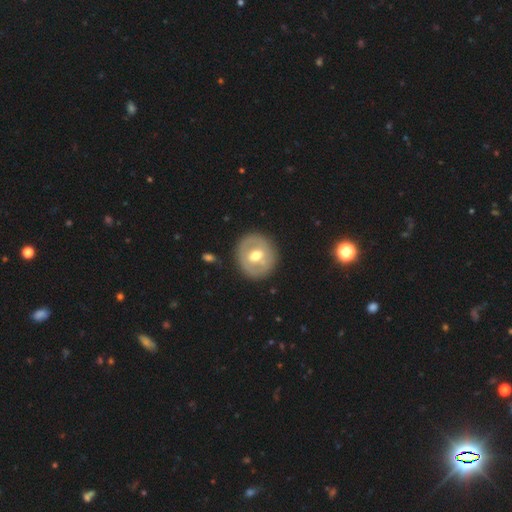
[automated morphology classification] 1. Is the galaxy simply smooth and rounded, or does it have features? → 57% featured or disk, 37% smooth, 5% star or artifact.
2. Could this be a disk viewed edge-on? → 96% no, 4% yes.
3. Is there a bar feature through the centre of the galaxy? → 43% weak, 37% no, 20% strong.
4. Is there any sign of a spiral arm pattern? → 69% no, 31% yes.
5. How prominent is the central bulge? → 78% moderate, 12% small, 8% large, 1% dominant, 1% none.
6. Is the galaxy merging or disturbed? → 85% none, 10% minor disturbance, 3% major disturbance, 1% merger.